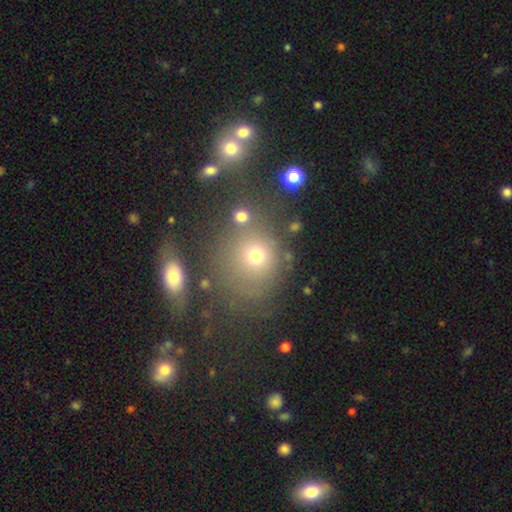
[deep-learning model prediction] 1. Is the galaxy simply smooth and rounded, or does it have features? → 68% smooth, 19% star or artifact, 13% featured or disk.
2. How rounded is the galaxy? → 76% round, 22% in between, 1% cigar-shaped.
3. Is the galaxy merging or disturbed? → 61% none, 15% minor disturbance, 14% merger, 10% major disturbance.